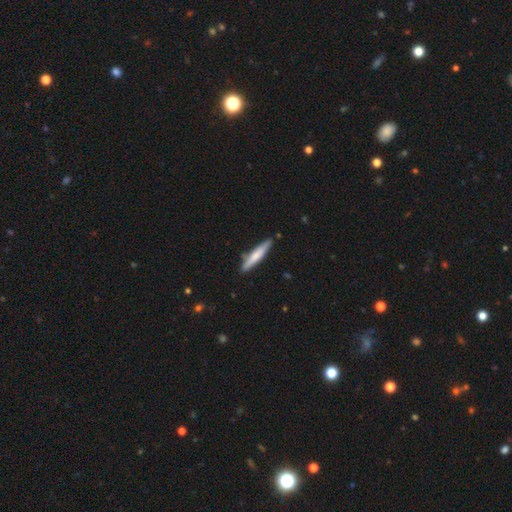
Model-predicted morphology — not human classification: Smooth or featured: smooth — 66% (featured or disk — 29%)
How rounded: cigar-shaped — 91% (in between — 8%)
Merging: none — 86% (minor disturbance — 10%)